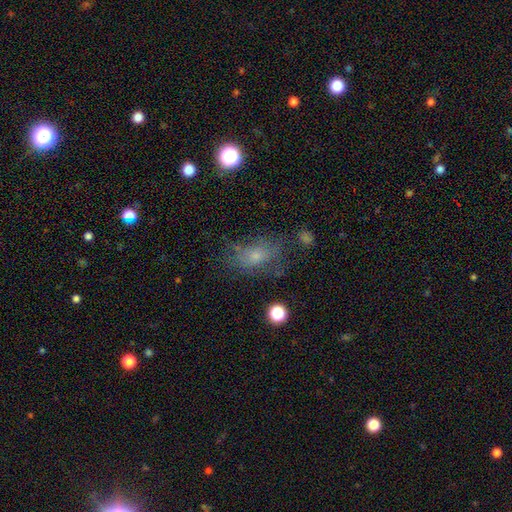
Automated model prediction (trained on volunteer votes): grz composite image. It shows a smooth galaxy with no disk features (57%) that is in between round and cigar-shaped (79%). Merging: none (58%).